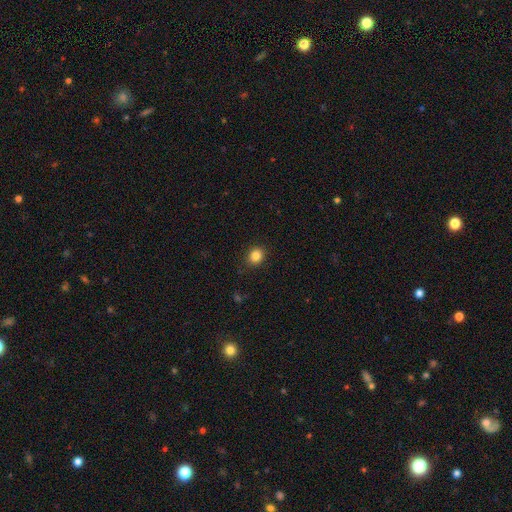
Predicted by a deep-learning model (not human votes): Smooth or featured?
  - smooth: 85% *
  - star or artifact: 11%
  - featured or disk: 5%
How rounded?
  - round: 74% *
  - in between: 25%
  - cigar-shaped: 1%
Merging?
  - none: 87% *
  - minor disturbance: 10%
  - major disturbance: 3%
  - merger: 1%